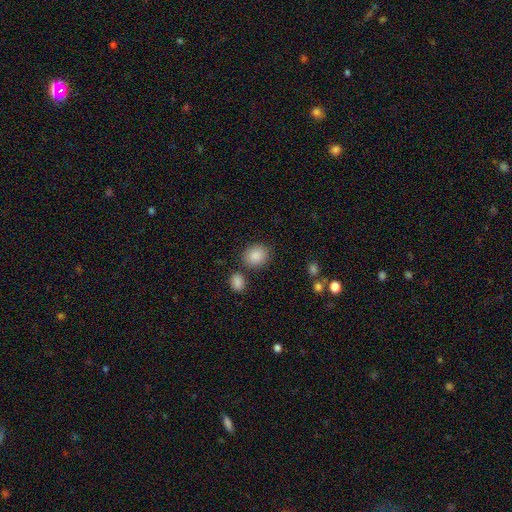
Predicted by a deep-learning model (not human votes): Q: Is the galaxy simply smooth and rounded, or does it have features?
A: smooth — 88%.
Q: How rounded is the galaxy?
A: round — 62%.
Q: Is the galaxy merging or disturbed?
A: none — 78%.